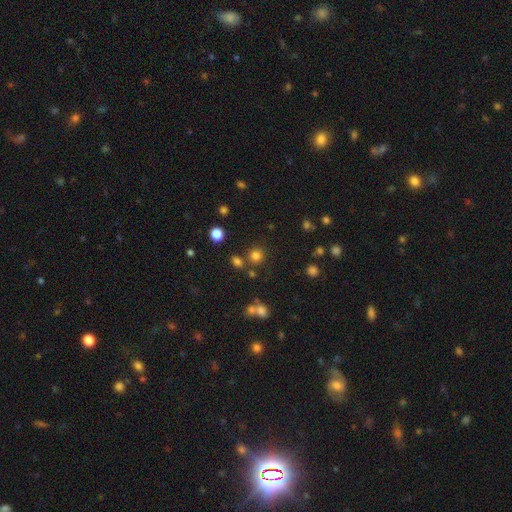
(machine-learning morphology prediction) The model was most divided on "smooth or featured": smooth: 77%, star or artifact: 17%, featured or disk: 6%. More confident: how rounded — round (89%); merging — none (78%).